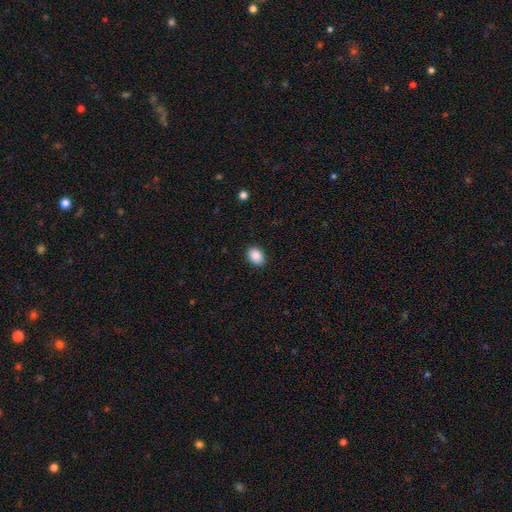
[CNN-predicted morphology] type=smooth (88%); roundness=in between (70%); merging=none (90%).